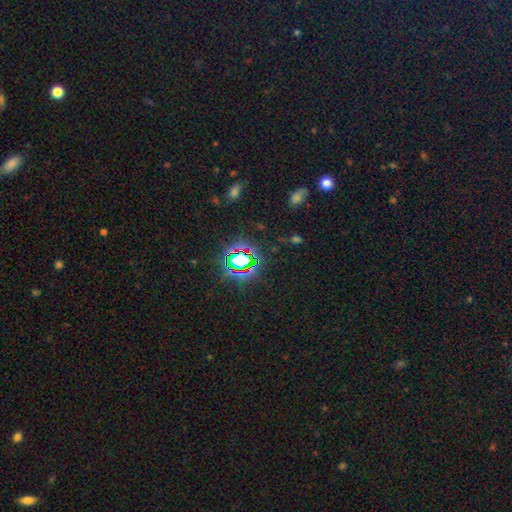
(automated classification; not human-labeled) A star or artifact, not a galaxy (76%).